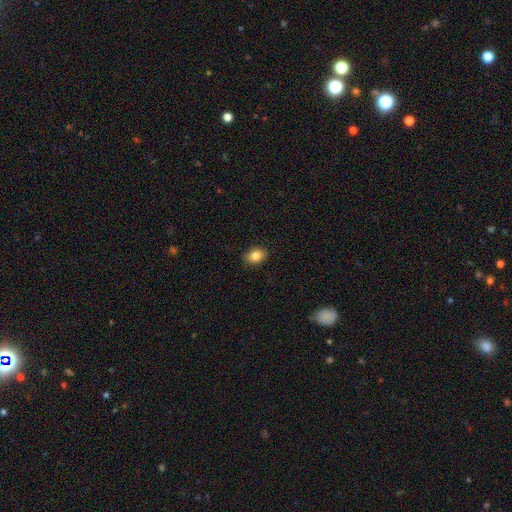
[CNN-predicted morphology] smooth-or-featured: smooth: 84% | star or artifact: 9% | featured or disk: 7%
  how-rounded: in between: 67% | round: 32% | cigar-shaped: 1%
  merging: none: 87% | minor disturbance: 10% | major disturbance: 2% | merger: 1%